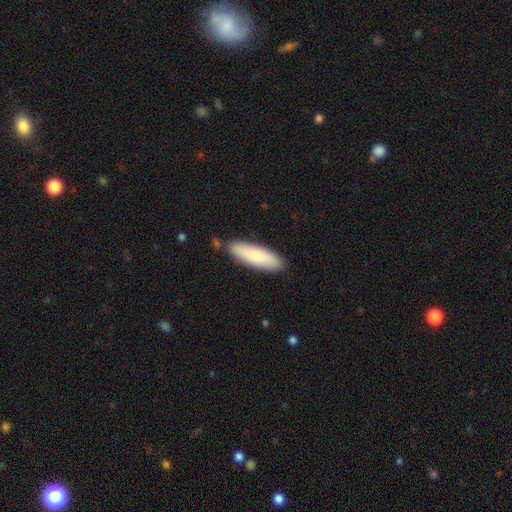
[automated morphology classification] Overall: smooth (81%). How rounded: cigar-shaped (57%; in between 42%). Merging: none (85%).